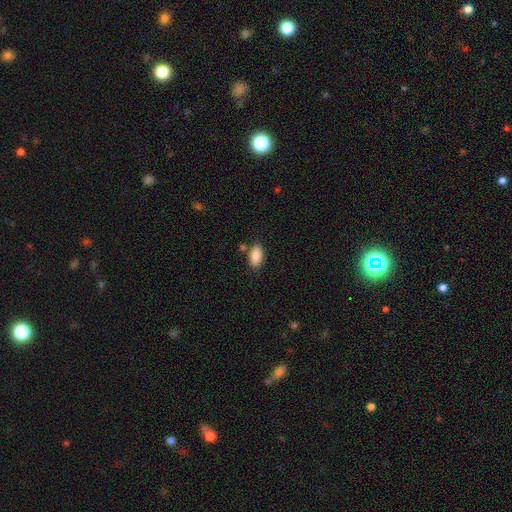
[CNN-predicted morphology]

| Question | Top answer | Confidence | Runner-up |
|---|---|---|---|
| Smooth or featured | smooth | 89% | star or artifact (7%) |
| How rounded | in between | 93% | cigar-shaped (4%) |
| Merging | none | 81% | minor disturbance (12%) |